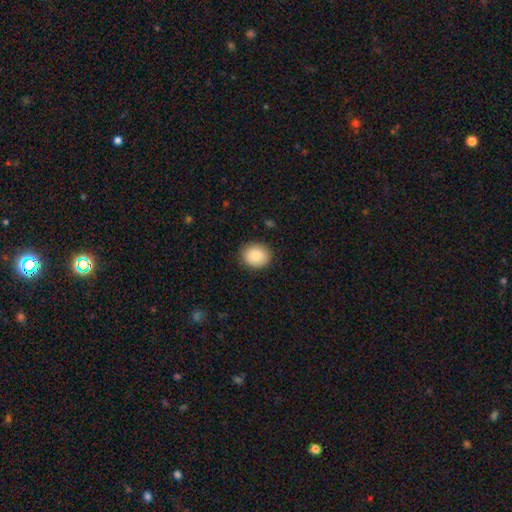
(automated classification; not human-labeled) smooth 88%, star or artifact 7%, featured or disk 5%. Down the decision tree: how rounded — round (71%); merging — none (88%).